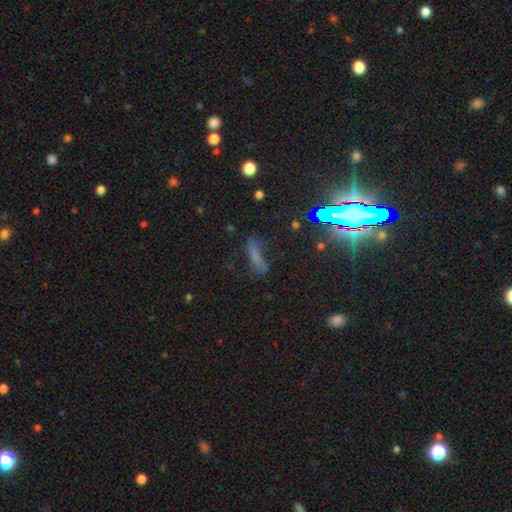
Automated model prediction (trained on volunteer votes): Overall: smooth (48%; star or artifact 31%). Merging: none (51%; minor disturbance 25%).